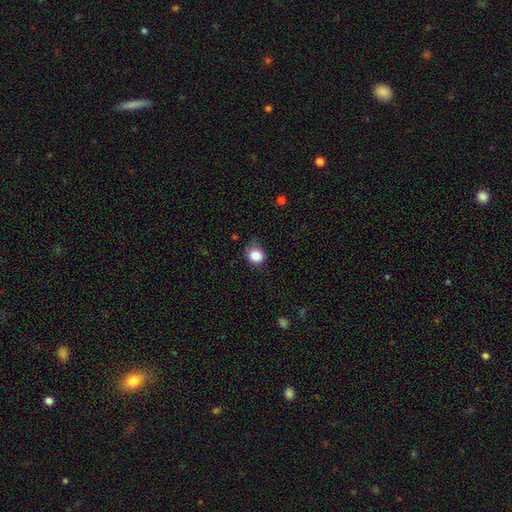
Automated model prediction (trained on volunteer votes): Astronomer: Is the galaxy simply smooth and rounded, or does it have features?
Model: smooth — 85%.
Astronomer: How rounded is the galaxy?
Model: round — 77%.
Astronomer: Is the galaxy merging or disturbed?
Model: none — 63%.